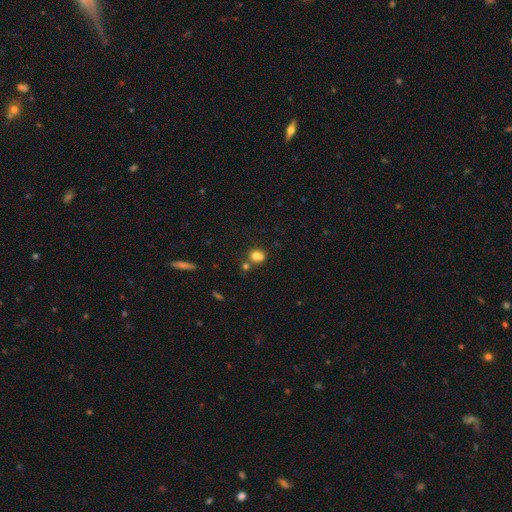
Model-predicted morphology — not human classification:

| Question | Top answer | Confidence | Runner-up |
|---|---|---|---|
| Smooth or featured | smooth | 77% | star or artifact (13%) |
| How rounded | round | 62% | in between (37%) |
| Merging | none | 48% | merger (34%) |